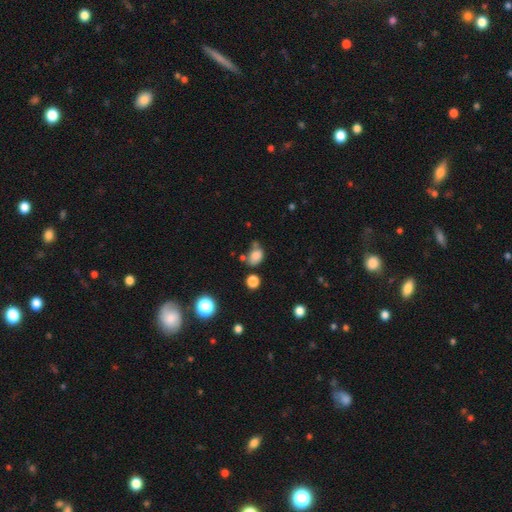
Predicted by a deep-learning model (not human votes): This is clearly a smooth galaxy (80%). How rounded: likely in between (70%). Merging: possibly none (53%).